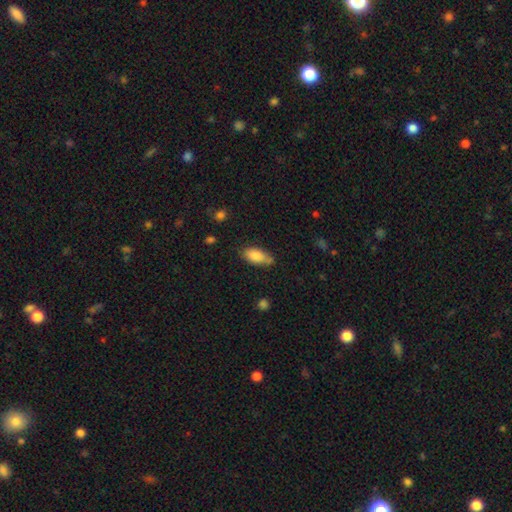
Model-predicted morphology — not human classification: smooth-or-featured: smooth: 82% | featured or disk: 10% | star or artifact: 7%
  how-rounded: in between: 88% | cigar-shaped: 9% | round: 3%
  merging: none: 62% | minor disturbance: 25% | merger: 8% | major disturbance: 5%